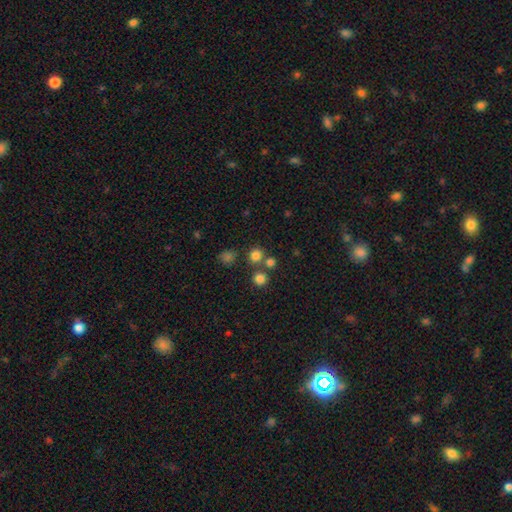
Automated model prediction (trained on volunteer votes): Smooth or featured? Predicted: smooth (p=0.77). How rounded? Predicted: round (p=0.89). Merging? Predicted: none (p=0.70).